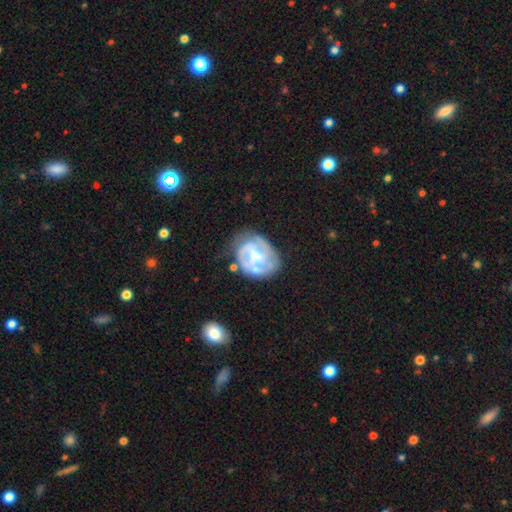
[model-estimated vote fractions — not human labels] Smooth or featured? Predicted: featured or disk (p=0.77). Edge-on disk? Predicted: no (p=0.98). Bar? Predicted: no (p=0.44). Spiral arms? Predicted: yes (p=0.79). Spiral winding? Predicted: tight (p=0.48). Spiral arm count? Predicted: 2 (p=0.42). Bulge size? Predicted: moderate (p=0.52). Merging? Predicted: none (p=0.52).